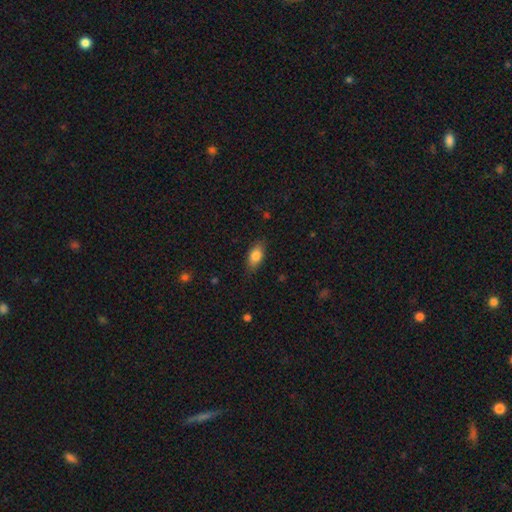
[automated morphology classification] This is clearly a smooth galaxy (81%). How rounded: clearly in between (87%). Merging: clearly none (83%).